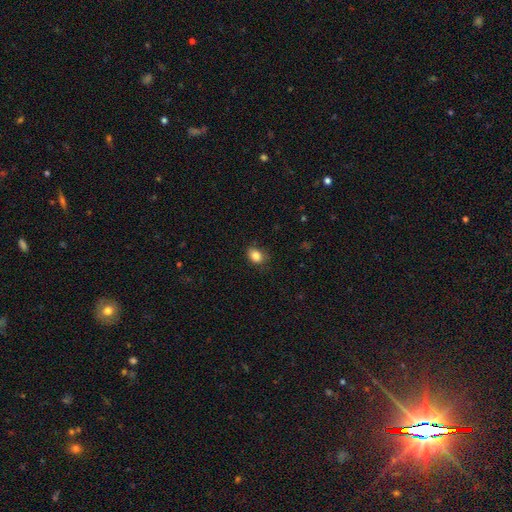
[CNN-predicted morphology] type=smooth (85%); roundness=in between (68%); merging=none (77%).